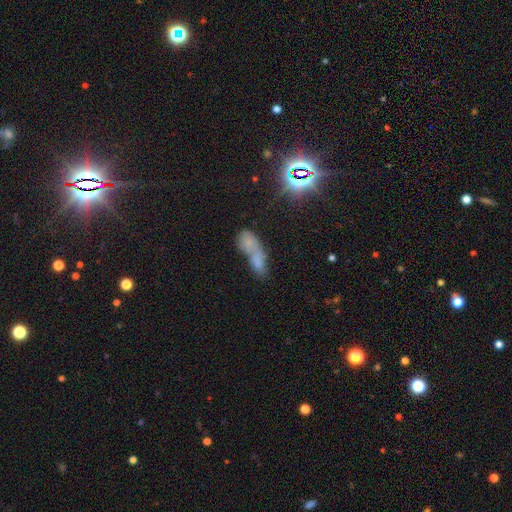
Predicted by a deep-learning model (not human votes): Morphology: type=smooth (46%); merging=merger (57%).